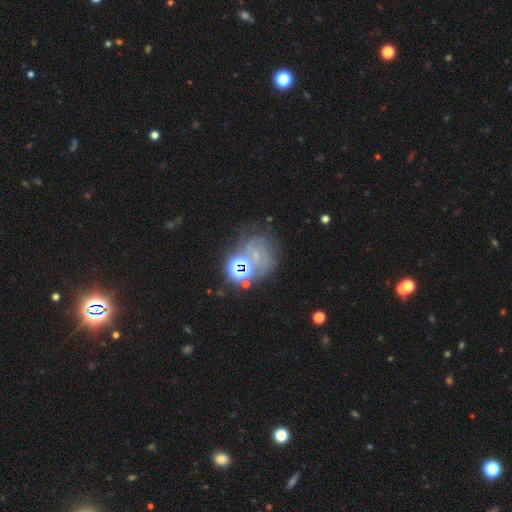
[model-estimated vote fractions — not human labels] Smooth or featured: featured or disk — 40% (star or artifact — 38%)
Merging: none — 50% (major disturbance — 20%)